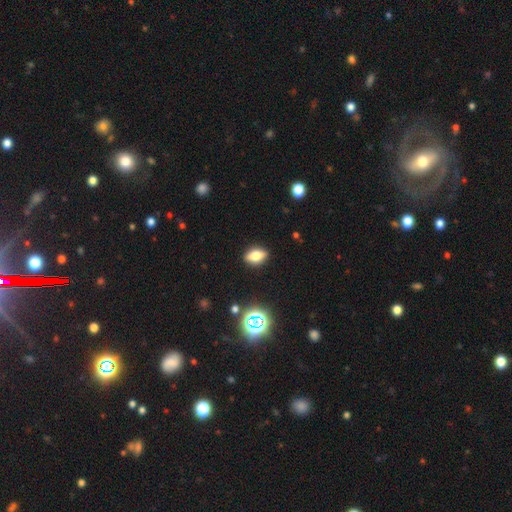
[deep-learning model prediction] smooth 64%, featured or disk 23%, star or artifact 12%. Down the decision tree: how rounded — in between (80%); merging — none (88%).